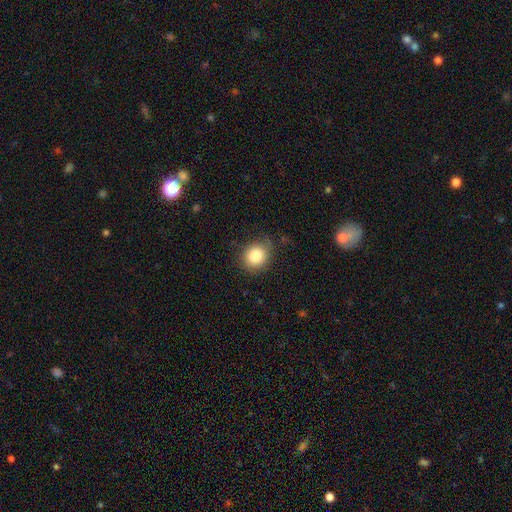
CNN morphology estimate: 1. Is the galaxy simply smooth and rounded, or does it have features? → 85% smooth, 9% star or artifact, 6% featured or disk.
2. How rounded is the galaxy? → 76% round, 23% in between, 1% cigar-shaped.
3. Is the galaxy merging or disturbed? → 79% none, 15% minor disturbance, 4% major disturbance, 1% merger.